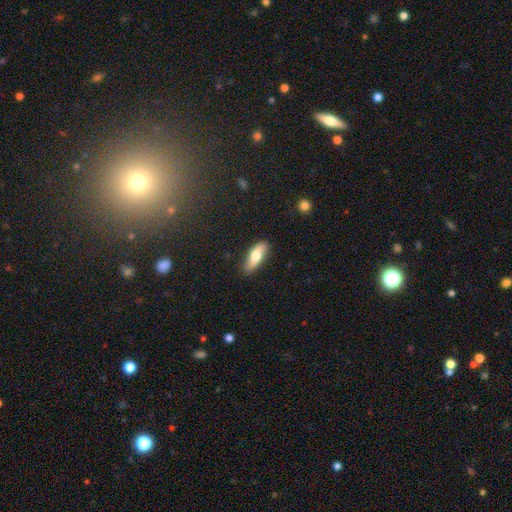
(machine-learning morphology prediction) This is likely a smooth galaxy (68%). How rounded: possibly in between (58%). Merging: clearly none (81%).